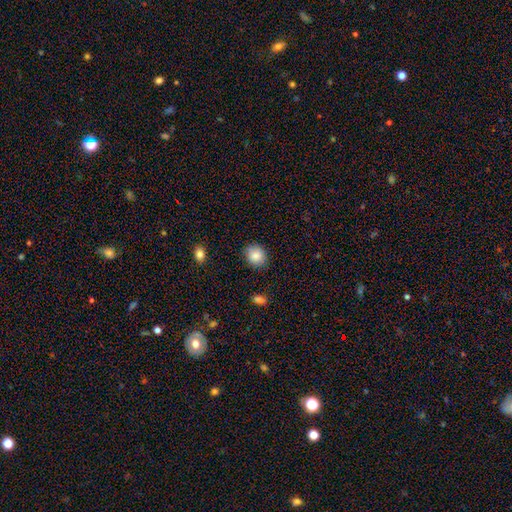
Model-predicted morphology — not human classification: Q: Smooth or featured?
A: smooth (86%); runner-up: star or artifact (8%)
Q: How rounded?
A: round (70%); runner-up: in between (29%)
Q: Merging?
A: none (84%); runner-up: minor disturbance (12%)